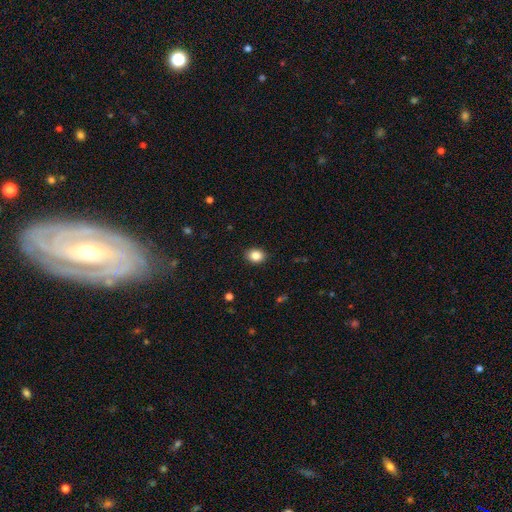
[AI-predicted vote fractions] Overall: smooth (86%). How rounded: in between (52%; round 47%). Merging: none (90%).